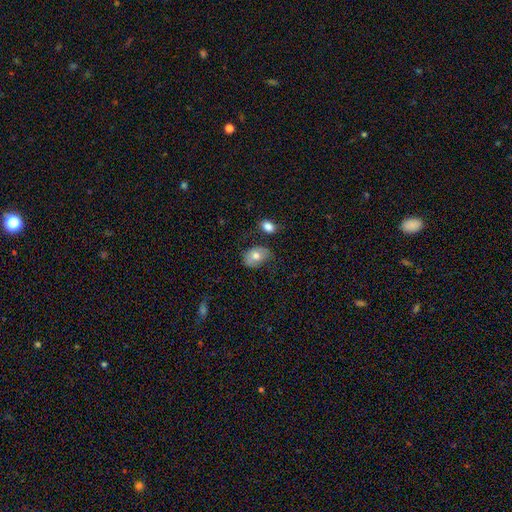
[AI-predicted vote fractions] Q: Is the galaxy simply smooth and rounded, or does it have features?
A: smooth — 73%.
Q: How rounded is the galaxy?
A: in between — 78%.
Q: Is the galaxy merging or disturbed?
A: none — 59%.